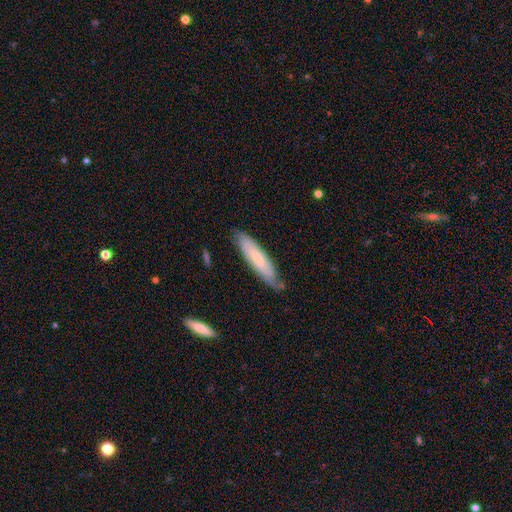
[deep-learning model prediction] This is possibly a smooth galaxy (55%). How rounded: likely cigar-shaped (76%). Merging: likely none (70%).